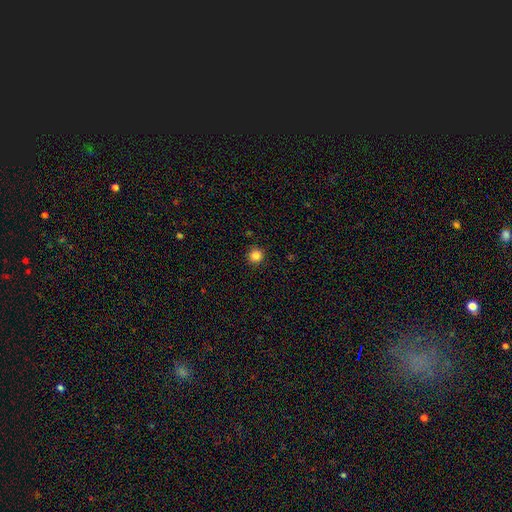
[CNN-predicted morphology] Smooth or featured: smooth — 85% (star or artifact — 12%)
How rounded: round — 95% (in between — 4%)
Merging: none — 91% (minor disturbance — 6%)